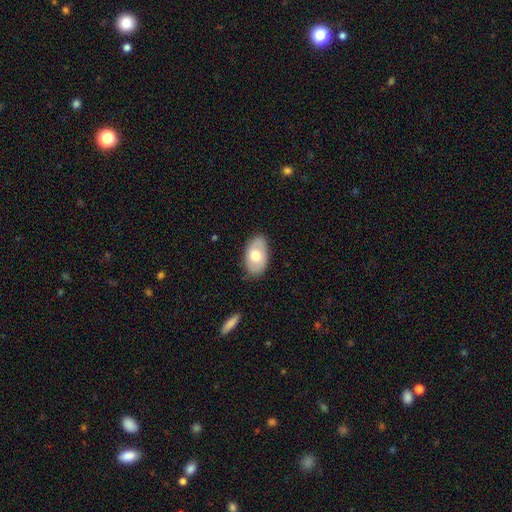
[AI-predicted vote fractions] smooth 65%, featured or disk 29%, star or artifact 6%. Down the decision tree: how rounded — in between (92%); merging — none (81%).